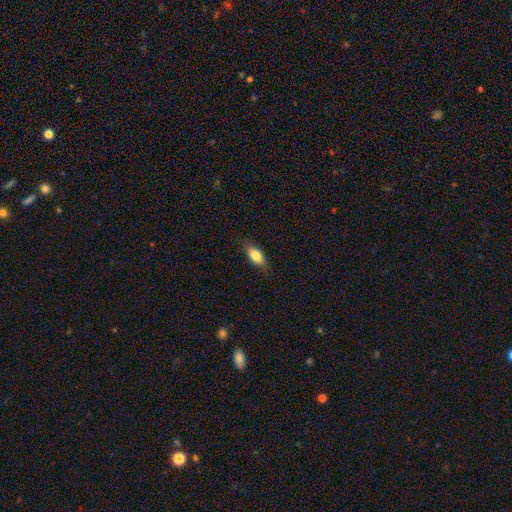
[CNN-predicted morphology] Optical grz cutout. It shows a smooth galaxy with no disk features (81%) that is in between round and cigar-shaped (85%). Merging: none (80%).